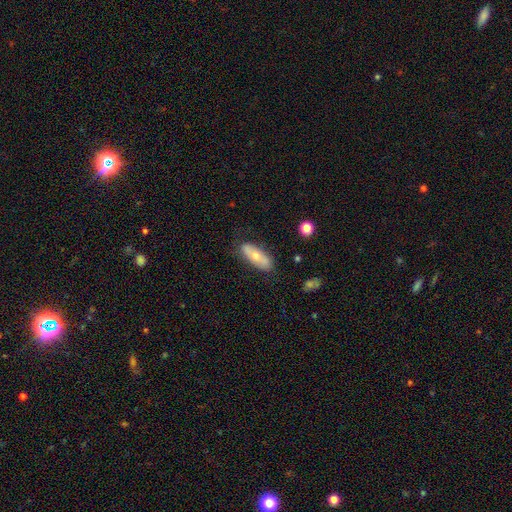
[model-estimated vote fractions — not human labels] Morphology: type=smooth (56%); roundness=in between (70%); merging=none (78%).